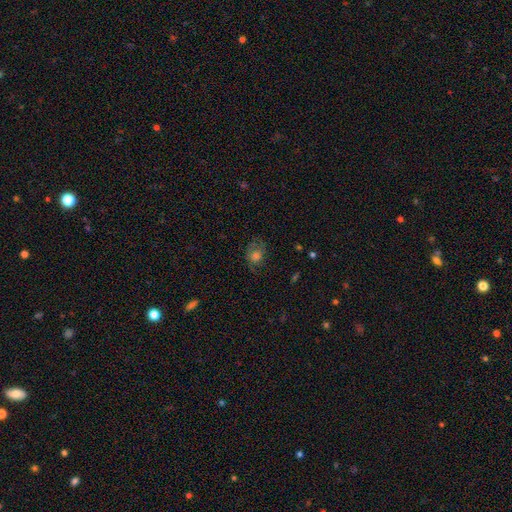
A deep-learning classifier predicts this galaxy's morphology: The model was most divided on "how rounded": round: 54%, in between: 44%, cigar-shaped: 1%. More confident: smooth or featured — smooth (60%); merging — none (58%).